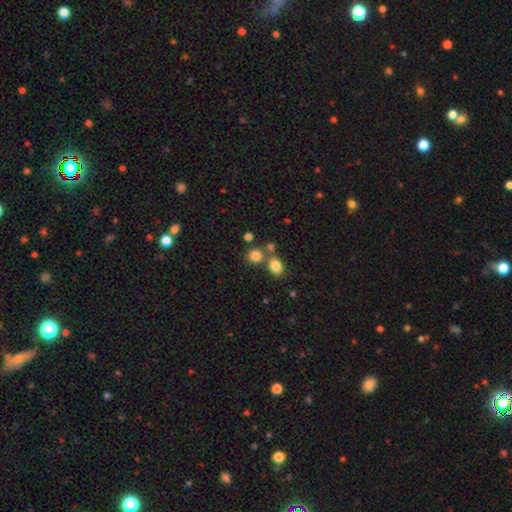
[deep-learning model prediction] This is clearly a smooth galaxy (82%). How rounded: likely round (75%). Merging: likely none (62%).